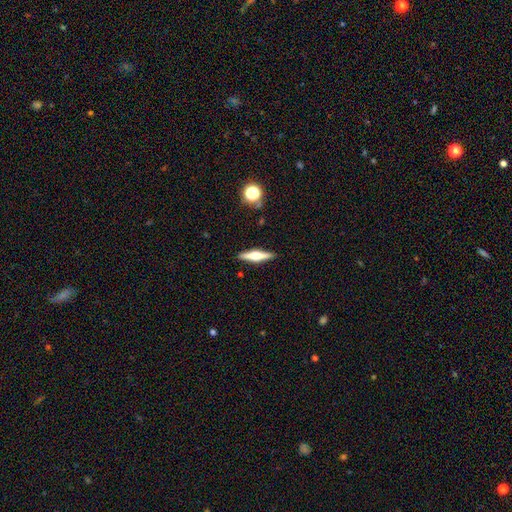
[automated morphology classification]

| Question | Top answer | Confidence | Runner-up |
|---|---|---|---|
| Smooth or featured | featured or disk | 62% | smooth (32%) |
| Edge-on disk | yes | 97% | no (3%) |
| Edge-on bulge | rounded | 89% | boxy (8%) |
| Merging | none | 90% | minor disturbance (7%) |